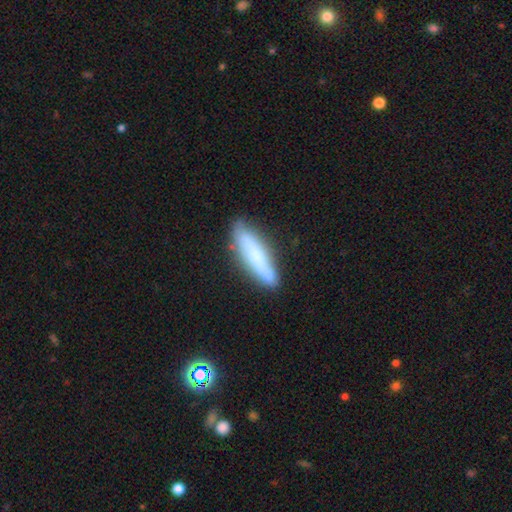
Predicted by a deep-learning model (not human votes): This appears to be a smooth galaxy with no disk features (64%) that is cigar-shaped (79%). Merging: none (79%).